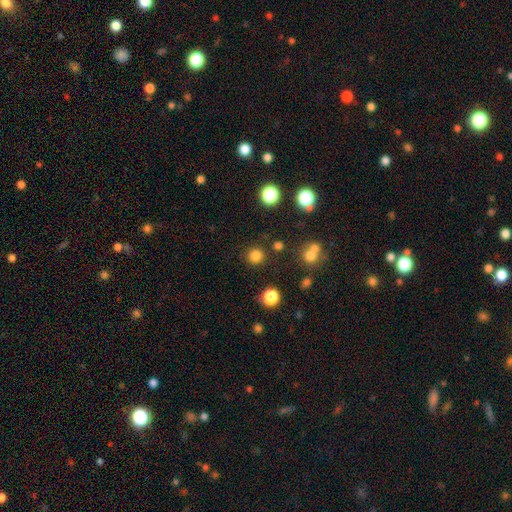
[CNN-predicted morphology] Smooth or featured? Predicted: smooth (p=0.80). How rounded? Predicted: round (p=0.94). Merging? Predicted: none (p=0.88).